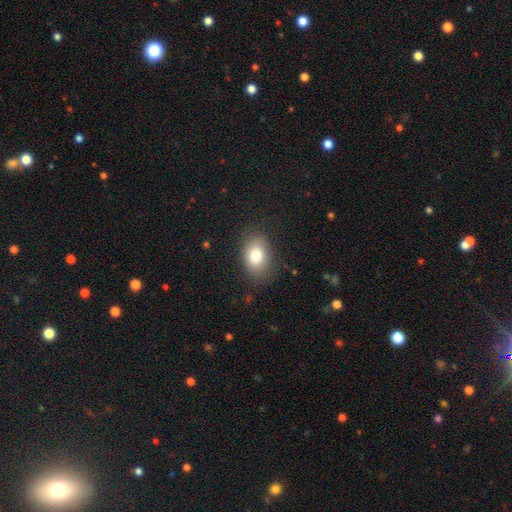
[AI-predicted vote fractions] smooth_or_featured: smooth (p=0.81) [alt: featured or disk p=0.11]
how_rounded: in between (p=0.82) [alt: round p=0.17]
merging: none (p=0.81) [alt: minor disturbance p=0.13]